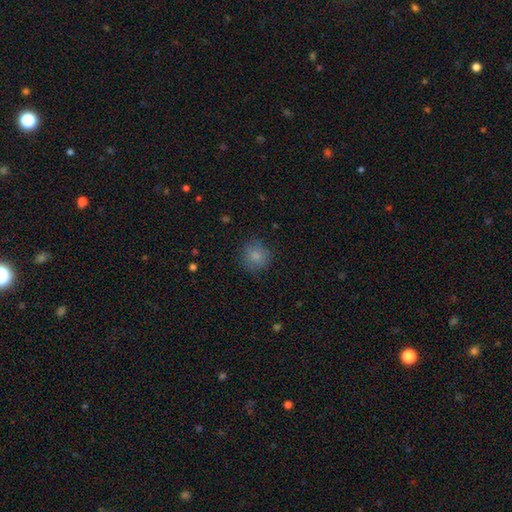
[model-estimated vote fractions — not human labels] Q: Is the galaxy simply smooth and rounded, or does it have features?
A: smooth — 83%.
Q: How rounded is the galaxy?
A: round — 90%.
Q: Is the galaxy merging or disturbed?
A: none — 84%.